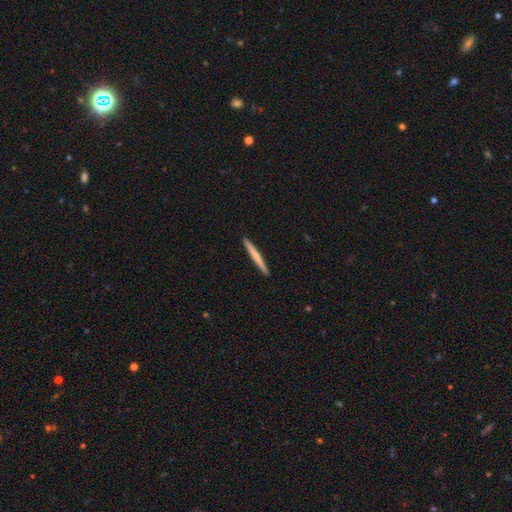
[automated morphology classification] Smooth or featured? Predicted: smooth (p=0.58). How rounded? Predicted: cigar-shaped (p=0.97). Merging? Predicted: none (p=0.93).